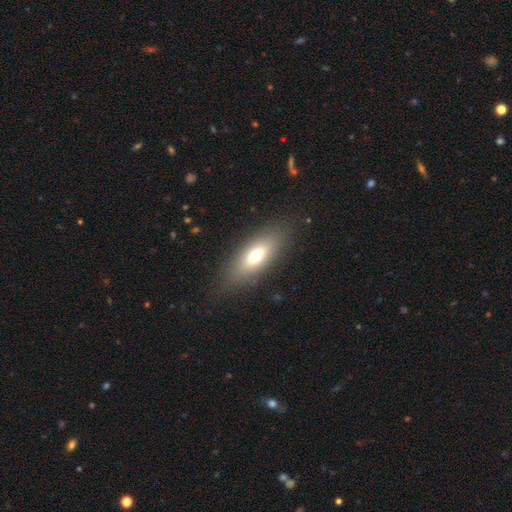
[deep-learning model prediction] Morphology: type=smooth (67%); roundness=in between (75%); merging=none (83%).